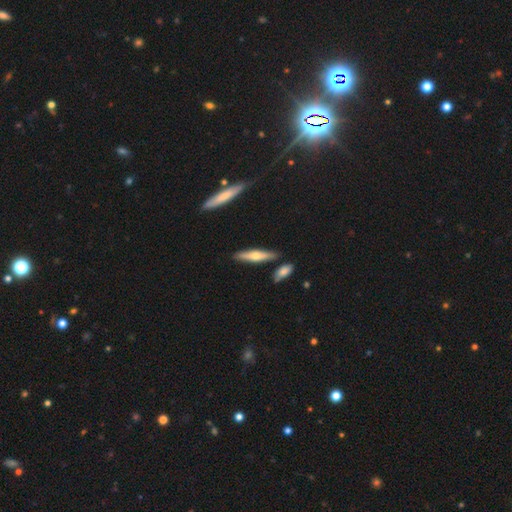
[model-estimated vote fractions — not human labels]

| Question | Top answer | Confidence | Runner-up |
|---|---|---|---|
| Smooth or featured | smooth | 48% | featured or disk (47%) |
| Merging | none | 84% | minor disturbance (9%) |